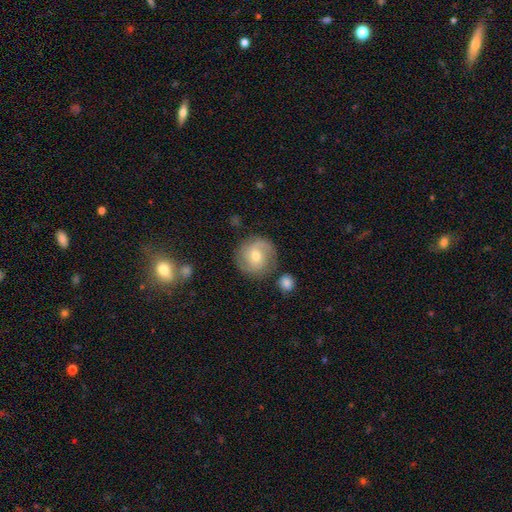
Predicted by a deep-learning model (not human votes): Overall: featured or disk (66%; smooth 27%). Edge-on disk: no (97%). Bar: no (53%; weak 38%). Spiral arms: yes (90%). Spiral arm count: 2 (70%). Spiral winding: tight (43%; medium 41%). Bulge size: moderate (59%; small 36%). Merging: none (79%).